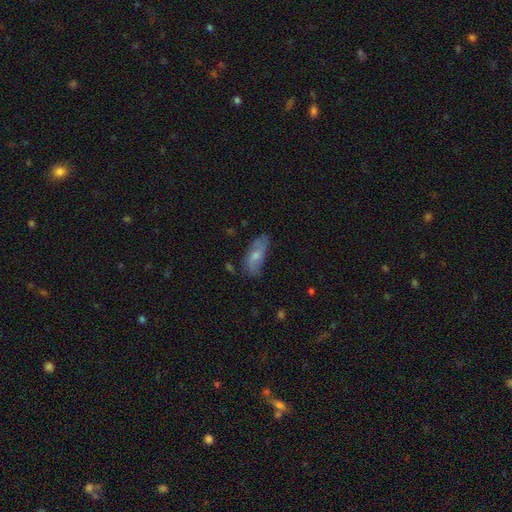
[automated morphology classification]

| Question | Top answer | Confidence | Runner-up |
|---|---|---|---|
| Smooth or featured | smooth | 55% | featured or disk (38%) |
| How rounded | in between | 80% | cigar-shaped (17%) |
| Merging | none | 60% | minor disturbance (28%) |